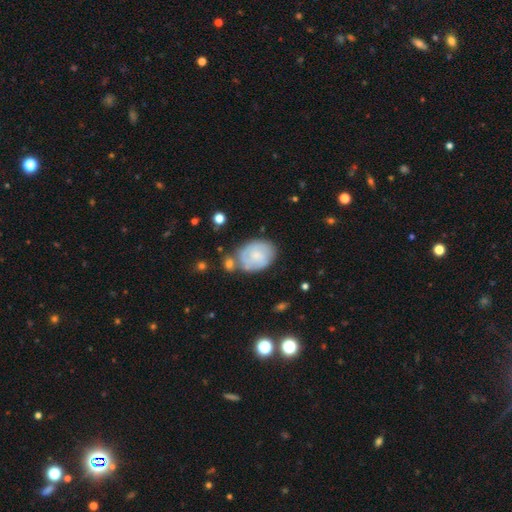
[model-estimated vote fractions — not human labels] This appears to be a featured or disk galaxy (55%) with no bar (65%), spiral arms (83%) and a small central bulge (51%). Merging: none (62%).